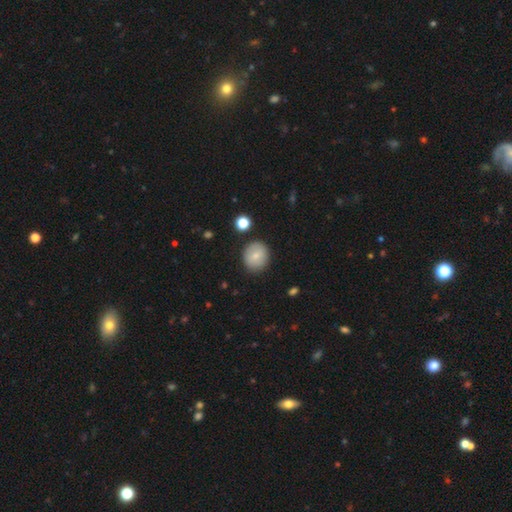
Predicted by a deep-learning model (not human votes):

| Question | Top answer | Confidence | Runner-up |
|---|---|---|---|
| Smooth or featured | smooth | 77% | featured or disk (14%) |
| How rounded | round | 79% | in between (20%) |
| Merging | none | 86% | minor disturbance (9%) |